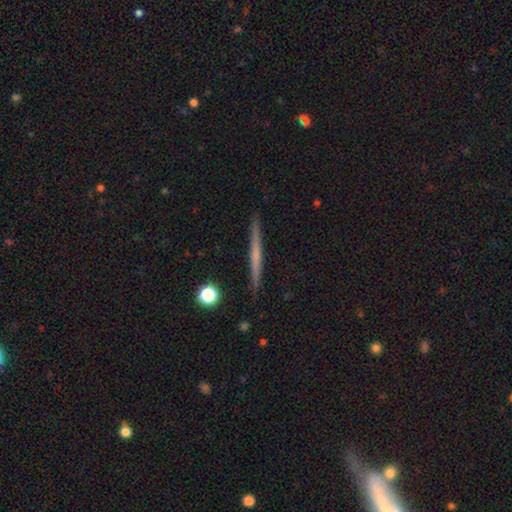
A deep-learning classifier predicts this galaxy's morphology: A featured or disk galaxy (51%) viewed edge-on (98%). Merging: none (92%).